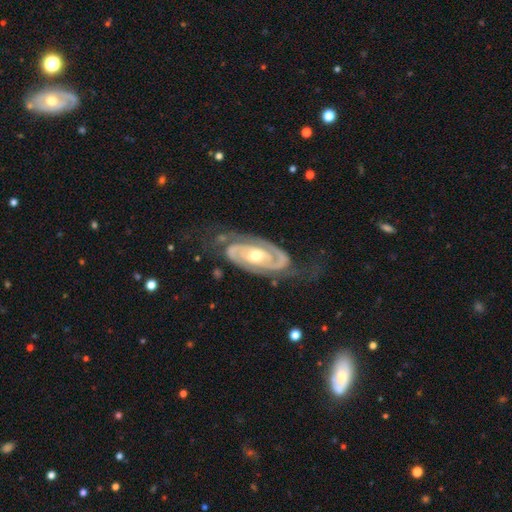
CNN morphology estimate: Smooth or featured? featured or disk (92%)
Edge-on disk? no (96%)
Bar? no (57%)
Spiral arms? yes (98%)
Spiral winding? tight (65%)
Spiral arm count? 2 (89%)
Bulge size? moderate (67%)
Merging? none (68%)